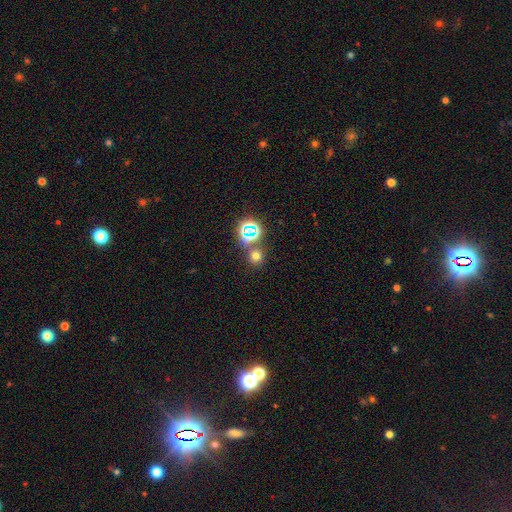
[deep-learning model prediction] This appears to be a smooth galaxy with no disk features (62%) that is round (89%). Merging: none (75%).